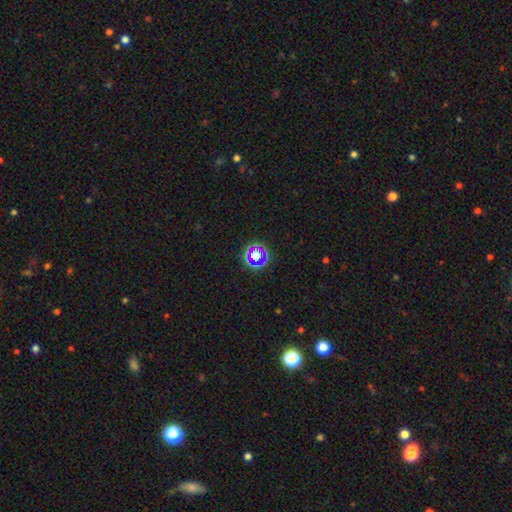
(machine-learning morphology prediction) smooth-or-featured: star or artifact: 58% | smooth: 29% | featured or disk: 13%